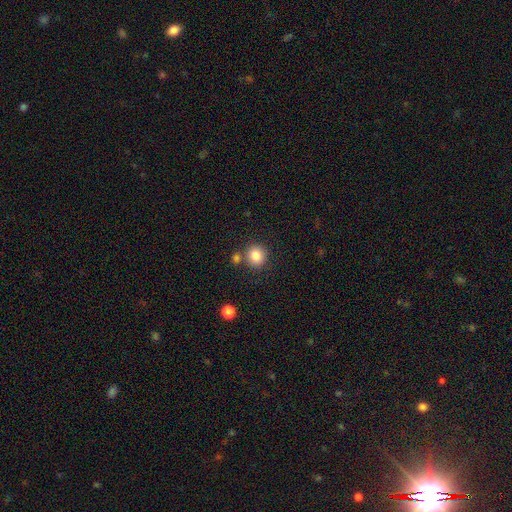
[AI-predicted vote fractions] This appears to be a smooth galaxy with no disk features (84%) that is round (90%). Merging: none (77%).